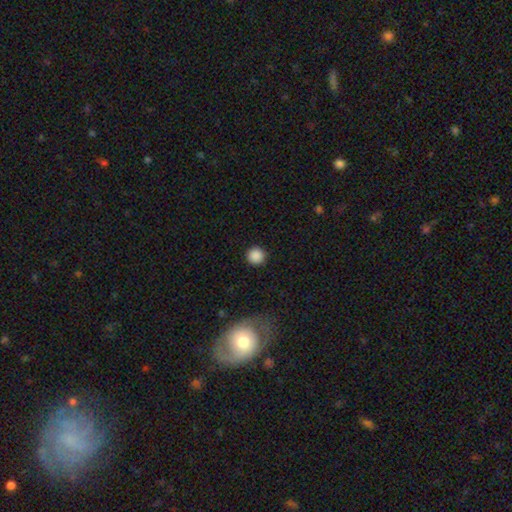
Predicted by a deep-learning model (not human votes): A smooth galaxy with no disk features (87%) that is round (96%).

Vote fractions:
- Smooth or featured? smooth: 87% / star or artifact: 10% / featured or disk: 3%
- How rounded? round: 96% / in between: 3% / cigar-shaped: 1%
- Merging? none: 92% / minor disturbance: 5% / major disturbance: 2% / merger: 1%